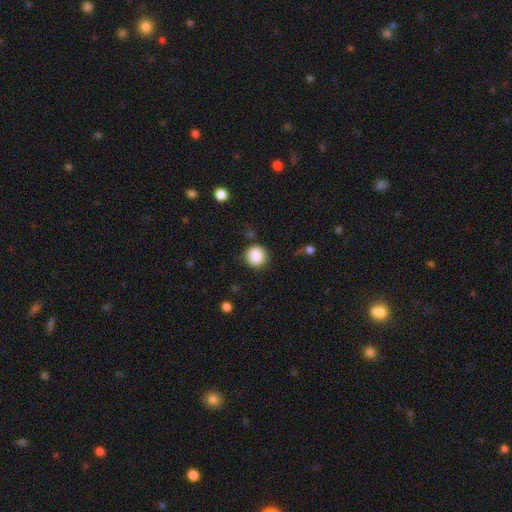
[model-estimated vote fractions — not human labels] smooth_or_featured: smooth (p=0.88) [alt: star or artifact p=0.09]
how_rounded: round (p=0.89) [alt: in between p=0.10]
merging: none (p=0.83) [alt: minor disturbance p=0.11]